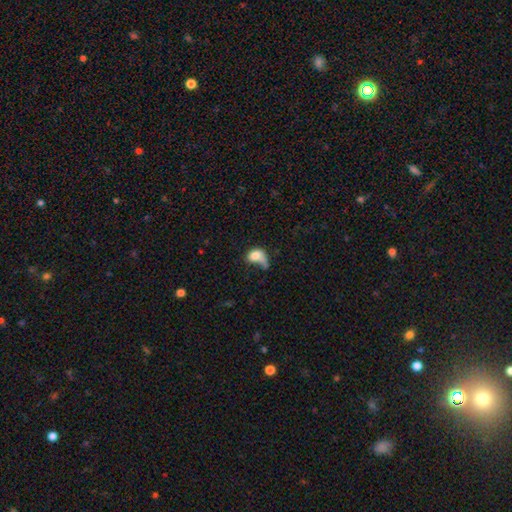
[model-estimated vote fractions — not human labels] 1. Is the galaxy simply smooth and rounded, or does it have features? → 68% smooth, 23% featured or disk, 9% star or artifact.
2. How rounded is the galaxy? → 72% in between, 26% round, 2% cigar-shaped.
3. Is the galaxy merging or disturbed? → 41% major disturbance, 22% none, 20% minor disturbance, 17% merger.